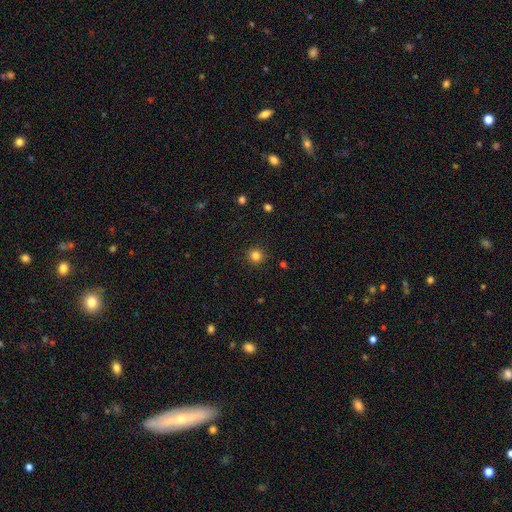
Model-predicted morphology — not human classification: This appears to be a smooth galaxy with no disk features (82%) that is round (94%). Merging: none (92%).